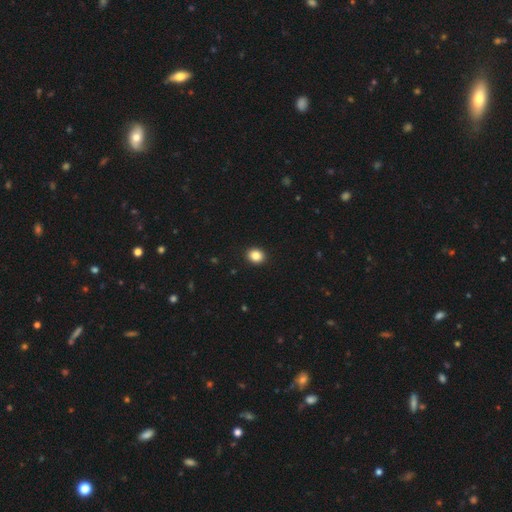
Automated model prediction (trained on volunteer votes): A smooth galaxy with no disk features (86%) that is round (65%).

Vote fractions:
- Smooth or featured? smooth: 86% / star or artifact: 10% / featured or disk: 4%
- How rounded? round: 65% / in between: 34% / cigar-shaped: 1%
- Merging? none: 93% / minor disturbance: 5% / major disturbance: 2% / merger: 1%